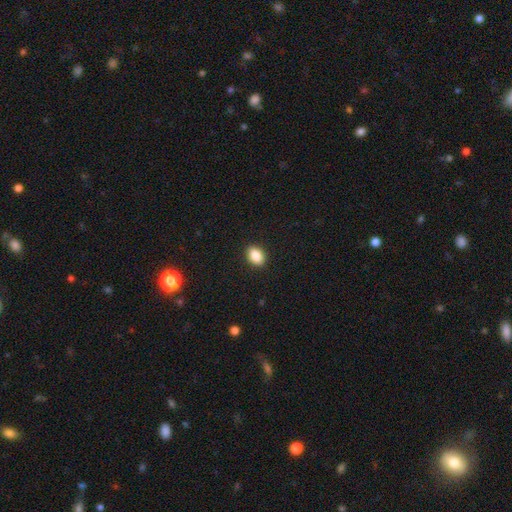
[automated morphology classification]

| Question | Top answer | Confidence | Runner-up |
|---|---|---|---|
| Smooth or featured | smooth | 87% | star or artifact (9%) |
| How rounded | in between | 78% | round (20%) |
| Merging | none | 91% | minor disturbance (7%) |